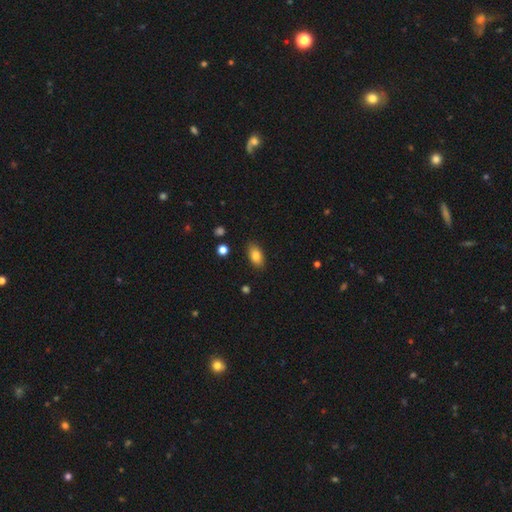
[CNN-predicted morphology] smooth_or_featured: smooth (p=0.82) [alt: featured or disk p=0.09]
how_rounded: in between (p=0.91) [alt: round p=0.06]
merging: none (p=0.85) [alt: minor disturbance p=0.11]